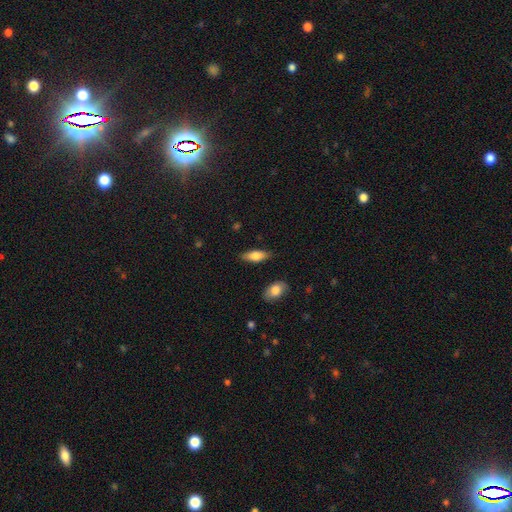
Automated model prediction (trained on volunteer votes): Q: Smooth or featured?
A: smooth (73%); runner-up: featured or disk (20%)
Q: How rounded?
A: in between (71%); runner-up: cigar-shaped (27%)
Q: Merging?
A: none (84%); runner-up: minor disturbance (11%)